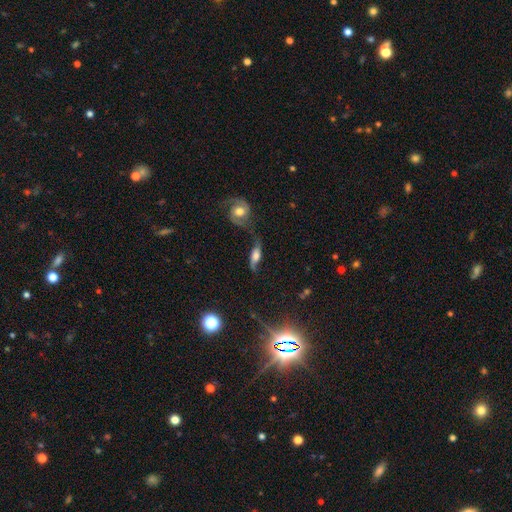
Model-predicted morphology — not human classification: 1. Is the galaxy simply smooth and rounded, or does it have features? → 62% featured or disk, 28% smooth, 10% star or artifact.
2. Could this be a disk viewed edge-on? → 76% no, 24% yes.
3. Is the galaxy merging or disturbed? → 39% none, 25% merger, 20% minor disturbance, 16% major disturbance.